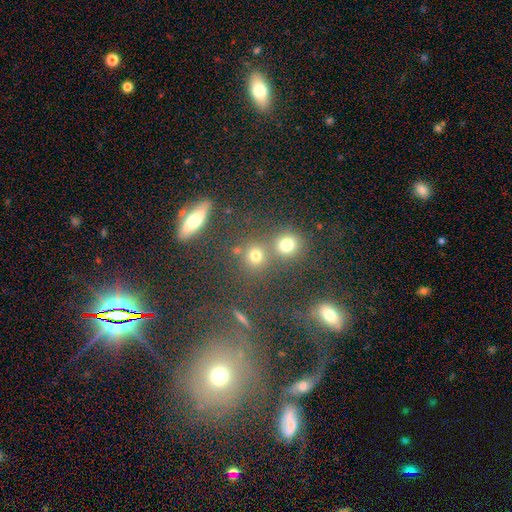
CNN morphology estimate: This is likely a smooth galaxy (73%). How rounded: clearly round (85%). Merging: likely none (62%).